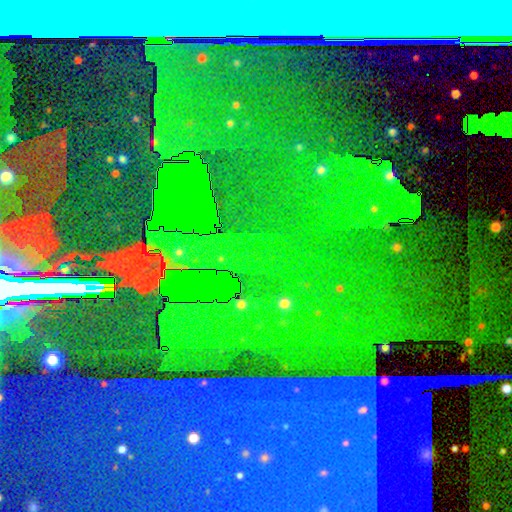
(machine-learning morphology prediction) This appears to be a star or artifact, not a galaxy (86%).